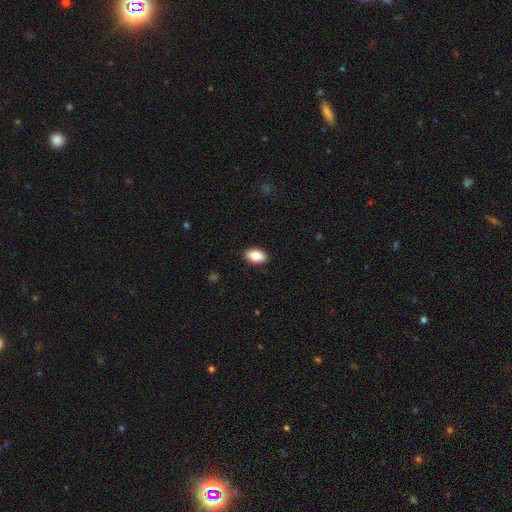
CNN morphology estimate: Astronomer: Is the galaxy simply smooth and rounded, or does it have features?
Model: smooth — 87%.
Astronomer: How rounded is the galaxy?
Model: in between — 90%.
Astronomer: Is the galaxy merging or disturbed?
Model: none — 88%.